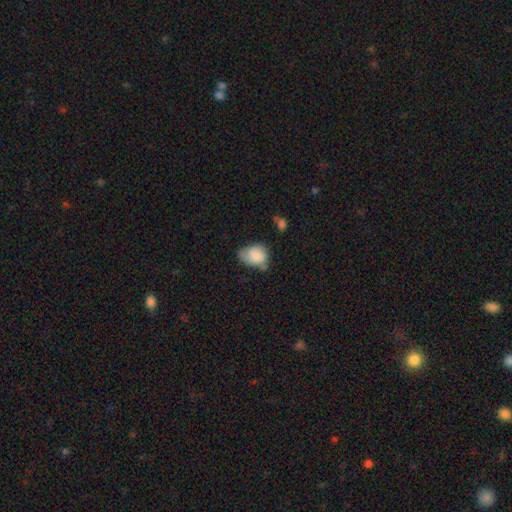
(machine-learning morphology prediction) Smooth or featured? Predicted: smooth (p=0.78). How rounded? Predicted: in between (p=0.68). Merging? Predicted: minor disturbance (p=0.41).